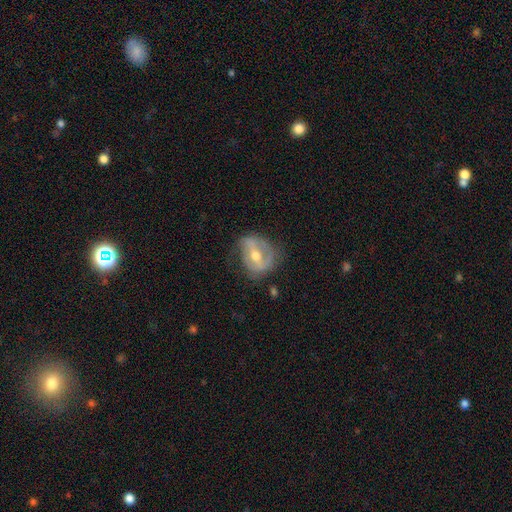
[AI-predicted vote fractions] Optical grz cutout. It shows a featured or disk galaxy (72%) with a strong bar (42%), spiral arms (68%) and a moderate central bulge (68%). Merging: none (60%).